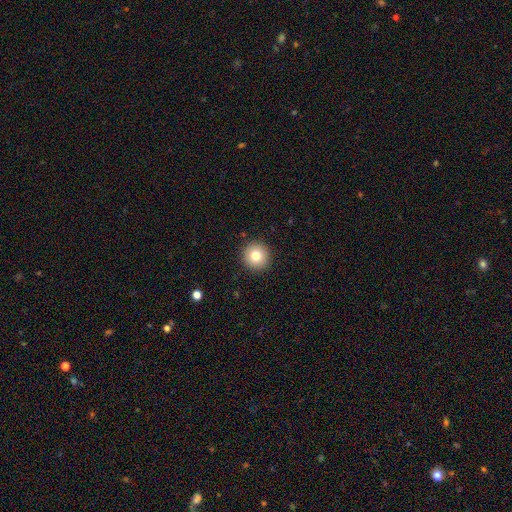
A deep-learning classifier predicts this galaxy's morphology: Smooth or featured? Predicted: smooth (p=0.79). How rounded? Predicted: round (p=0.95). Merging? Predicted: none (p=0.92).